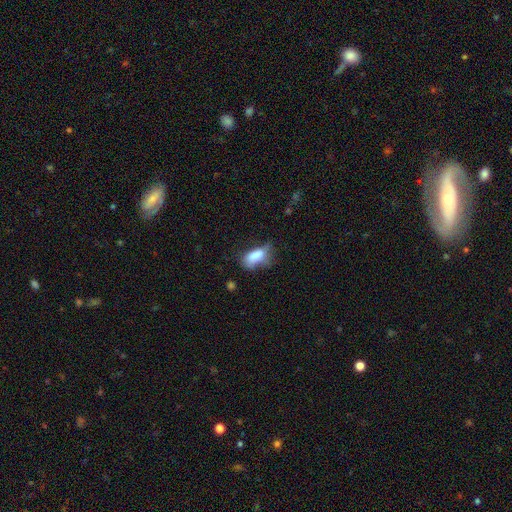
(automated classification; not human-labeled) smooth 77%, featured or disk 15%, star or artifact 9%. Down the decision tree: how rounded — in between (85%); merging — minor disturbance (36%).